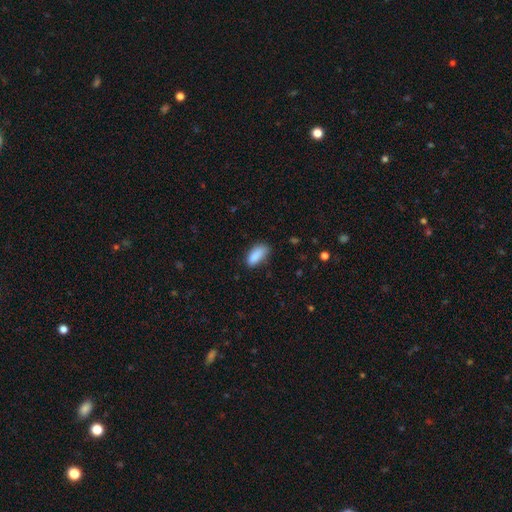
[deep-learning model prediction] This is clearly a smooth galaxy (88%). How rounded: clearly in between (86%). Merging: likely none (70%).